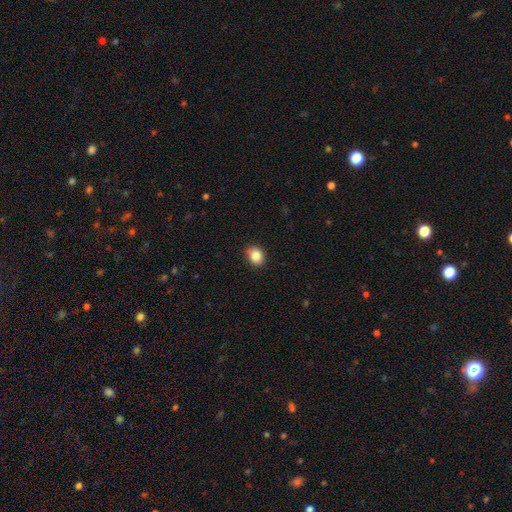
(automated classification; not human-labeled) smooth-or-featured: smooth: 86% | star or artifact: 9% | featured or disk: 5%
  how-rounded: round: 51% | in between: 48% | cigar-shaped: 1%
  merging: none: 87% | minor disturbance: 10% | major disturbance: 2% | merger: 1%